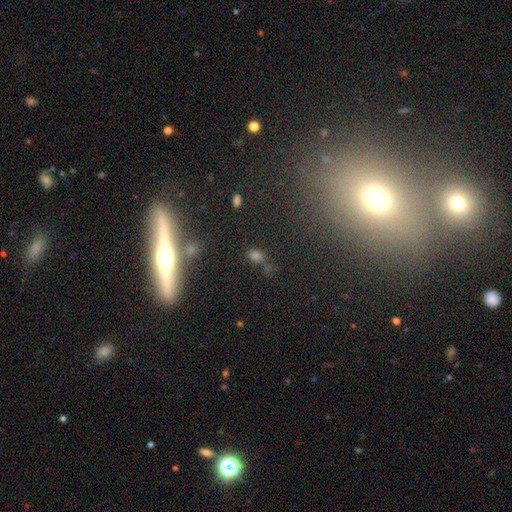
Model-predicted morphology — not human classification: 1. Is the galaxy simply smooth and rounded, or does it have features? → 54% smooth, 30% star or artifact, 16% featured or disk.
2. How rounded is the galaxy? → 47% in between, 40% round, 14% cigar-shaped.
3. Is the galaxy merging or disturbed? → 71% none, 13% minor disturbance, 9% merger, 7% major disturbance.